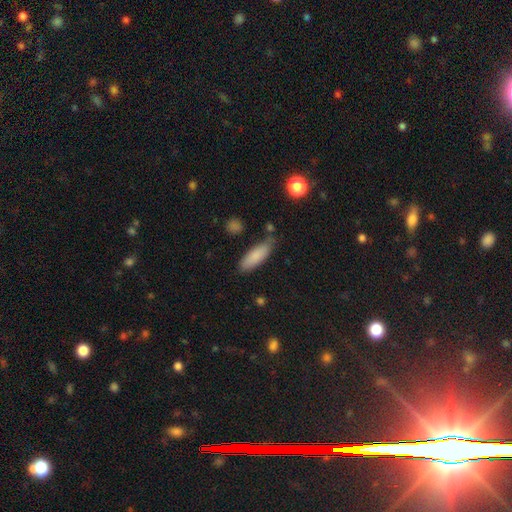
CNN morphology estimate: smooth_or_featured: smooth (p=0.85) [alt: featured or disk p=0.09]
how_rounded: in between (p=0.55) [alt: cigar-shaped p=0.43]
merging: none (p=0.74) [alt: minor disturbance p=0.18]